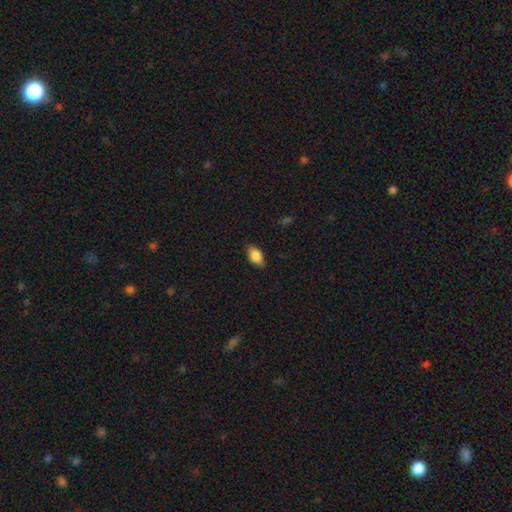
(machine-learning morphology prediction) This is clearly a smooth galaxy (86%). How rounded: clearly in between (90%). Merging: clearly none (84%).